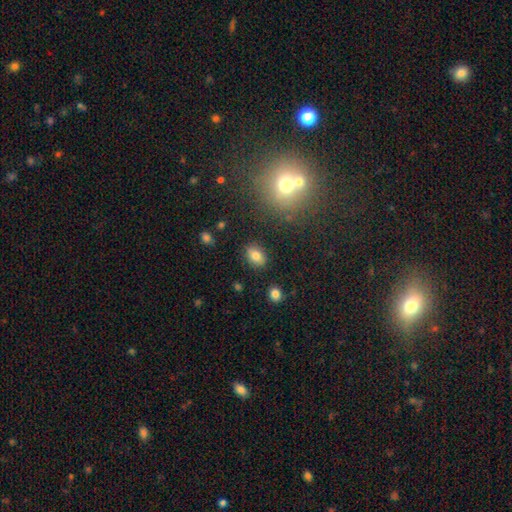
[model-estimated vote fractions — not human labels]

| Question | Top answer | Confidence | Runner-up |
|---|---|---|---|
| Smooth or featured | smooth | 78% | featured or disk (12%) |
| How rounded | in between | 80% | round (18%) |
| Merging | none | 85% | minor disturbance (10%) |